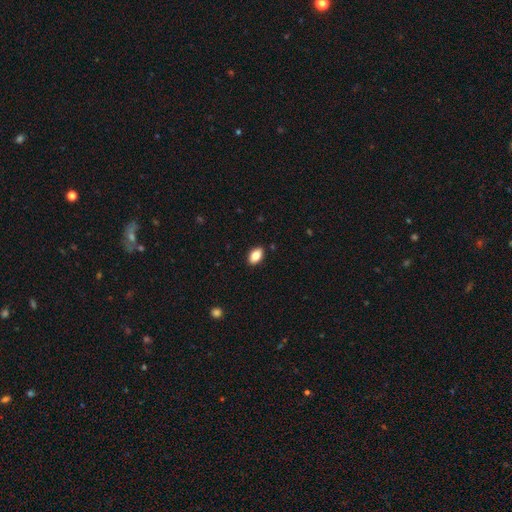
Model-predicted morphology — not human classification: Q: Smooth or featured?
A: smooth (84%); runner-up: featured or disk (8%)
Q: How rounded?
A: in between (91%); runner-up: round (7%)
Q: Merging?
A: none (89%); runner-up: minor disturbance (8%)